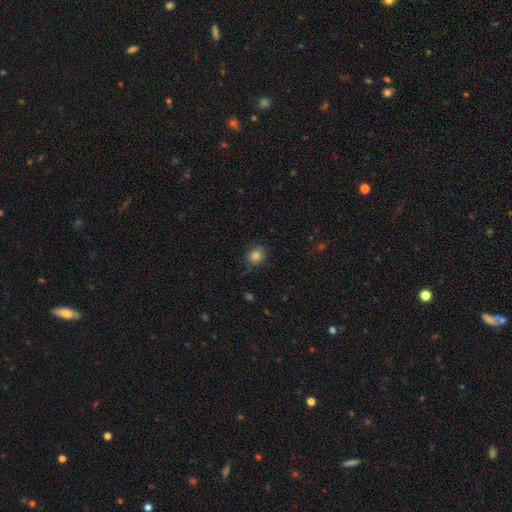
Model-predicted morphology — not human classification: smooth-or-featured: smooth: 82% | star or artifact: 10% | featured or disk: 8%
  how-rounded: round: 77% | in between: 22% | cigar-shaped: 1%
  merging: none: 76% | minor disturbance: 18% | major disturbance: 4% | merger: 1%